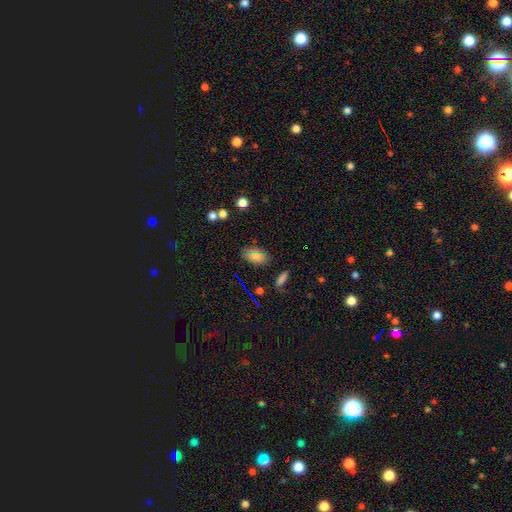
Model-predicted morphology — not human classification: A smooth galaxy with no disk features (71%) that is in between round and cigar-shaped (88%). Merging: none (78%).